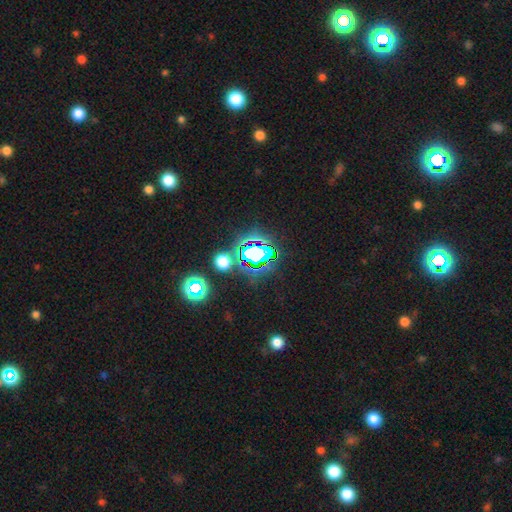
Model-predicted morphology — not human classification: Q: Smooth or featured?
A: star or artifact (78%); runner-up: smooth (14%)